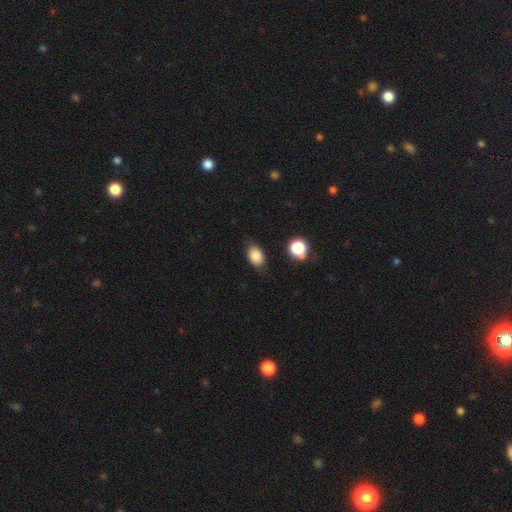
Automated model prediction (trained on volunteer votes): A smooth galaxy with no disk features (85%) that is in between round and cigar-shaped (82%).

Vote fractions:
- Smooth or featured? smooth: 85% / star or artifact: 9% / featured or disk: 6%
- How rounded? in between: 82% / round: 17% / cigar-shaped: 2%
- Merging? none: 77% / minor disturbance: 17% / major disturbance: 4% / merger: 2%